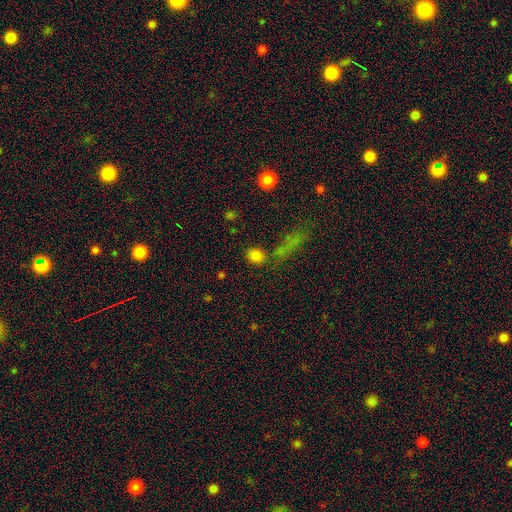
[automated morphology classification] Smooth or featured? Predicted: smooth (p=0.81). How rounded? Predicted: round (p=0.79). Merging? Predicted: none (p=0.79).